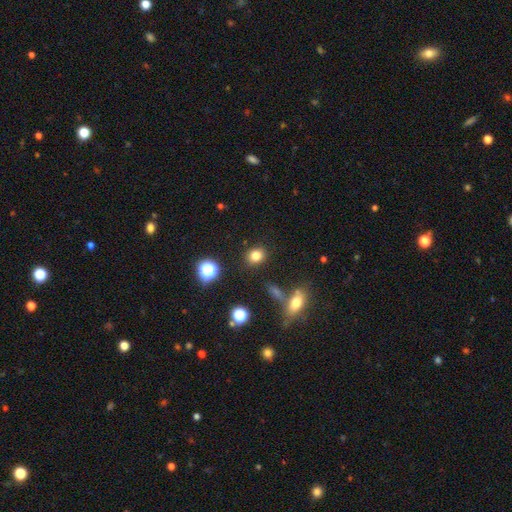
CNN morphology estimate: This appears to be a smooth galaxy with no disk features (80%) that is round (63%). Merging: none (86%).